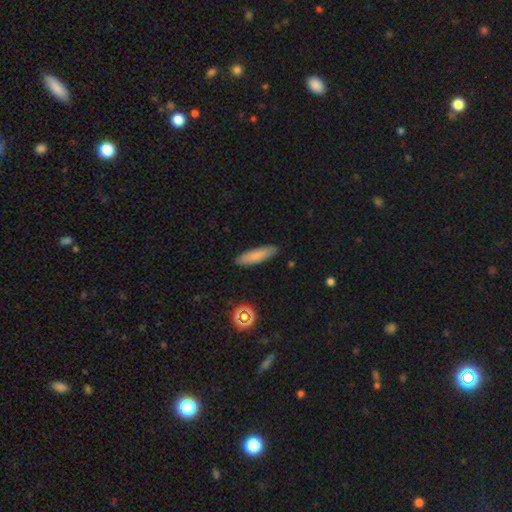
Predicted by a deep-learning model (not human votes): Smooth or featured?
  - smooth: 81% *
  - featured or disk: 11%
  - star or artifact: 8%
How rounded?
  - cigar-shaped: 69% *
  - in between: 29%
  - round: 2%
Merging?
  - none: 87% *
  - minor disturbance: 10%
  - major disturbance: 2%
  - merger: 1%